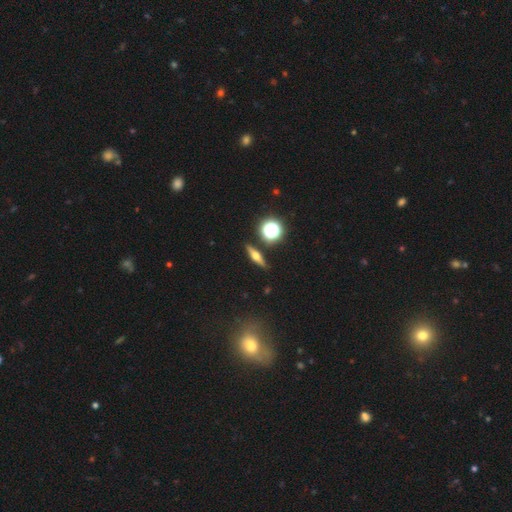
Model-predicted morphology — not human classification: This appears to be a featured or disk galaxy (57%) viewed edge-on (92%) with a rounded central bulge (94%). Merging: none (88%).